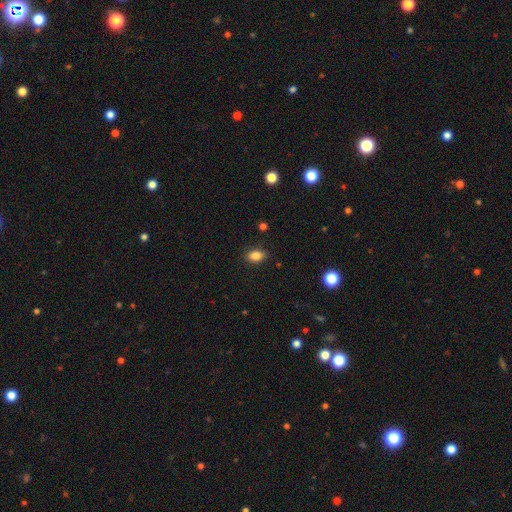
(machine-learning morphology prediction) Smooth or featured? smooth (85%)
How rounded? in between (83%)
Merging? none (87%)